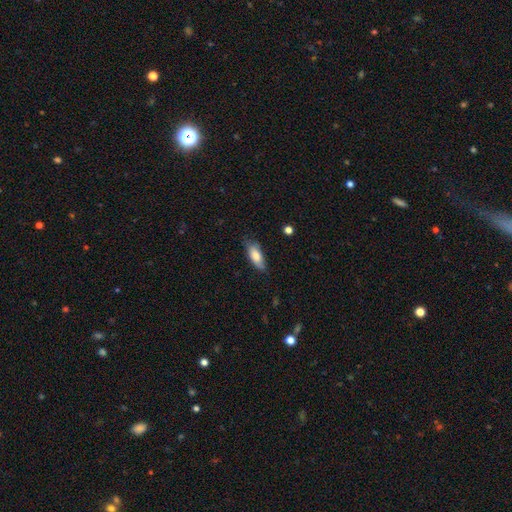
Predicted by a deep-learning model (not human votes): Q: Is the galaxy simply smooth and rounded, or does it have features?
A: smooth — 78%.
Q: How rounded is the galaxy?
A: in between — 72%.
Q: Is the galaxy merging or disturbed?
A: none — 69%.